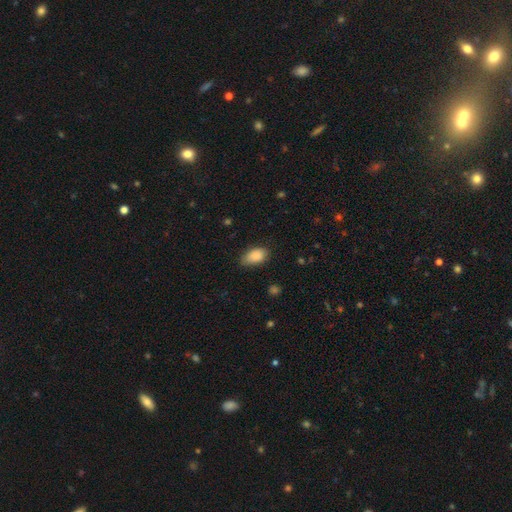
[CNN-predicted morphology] Q: Smooth or featured?
A: smooth (88%); runner-up: star or artifact (7%)
Q: How rounded?
A: in between (91%); runner-up: round (7%)
Q: Merging?
A: none (72%); runner-up: minor disturbance (23%)